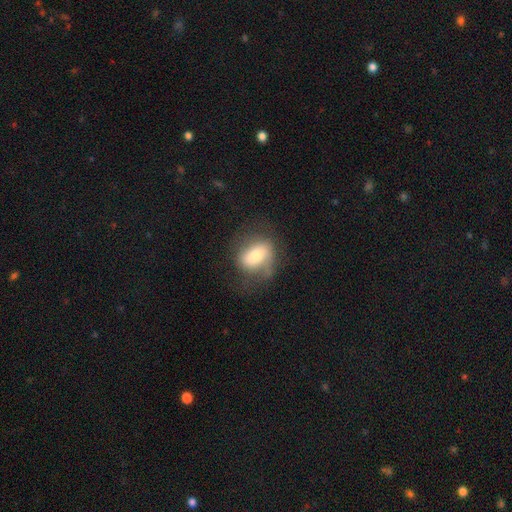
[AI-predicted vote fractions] A smooth galaxy with no disk features (58%) that is in between round and cigar-shaped (68%).

Vote fractions:
- Smooth or featured? smooth: 58% / featured or disk: 34% / star or artifact: 8%
- How rounded? in between: 68% / round: 30% / cigar-shaped: 2%
- Merging? none: 52% / minor disturbance: 27% / major disturbance: 19% / merger: 2%